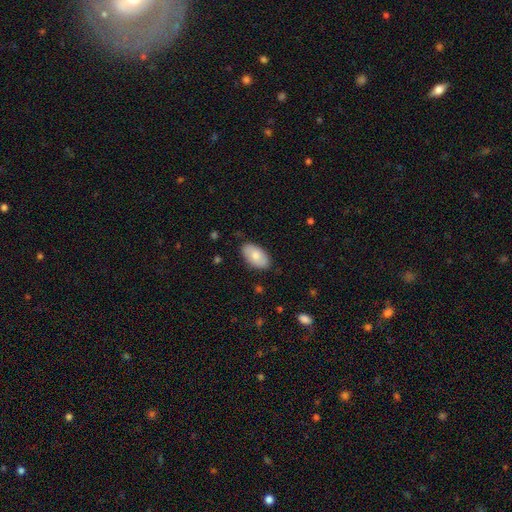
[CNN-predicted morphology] smooth-or-featured: smooth: 77% | featured or disk: 17% | star or artifact: 6%
  how-rounded: in between: 95% | round: 3% | cigar-shaped: 2%
  merging: none: 84% | minor disturbance: 13% | major disturbance: 2% | merger: 1%